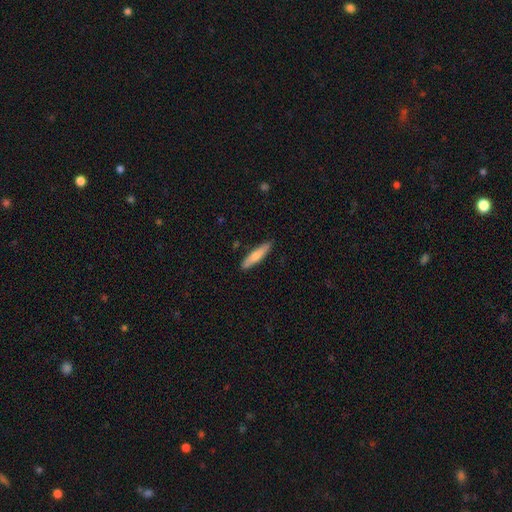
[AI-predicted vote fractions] Smooth or featured: smooth — 67% (featured or disk — 28%)
How rounded: cigar-shaped — 84% (in between — 14%)
Merging: none — 88% (minor disturbance — 9%)